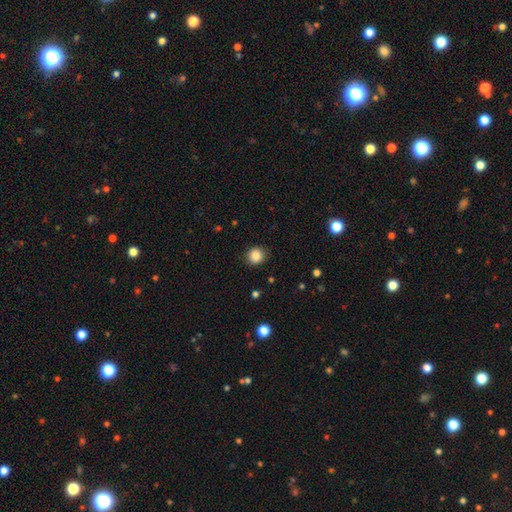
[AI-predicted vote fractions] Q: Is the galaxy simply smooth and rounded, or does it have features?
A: smooth — 87%.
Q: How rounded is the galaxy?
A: round — 89%.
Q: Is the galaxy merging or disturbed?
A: none — 88%.